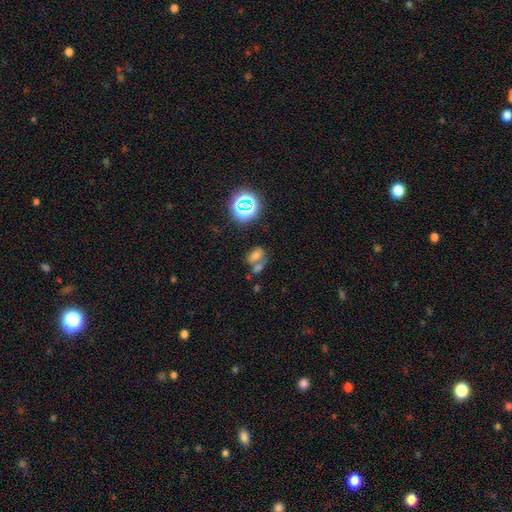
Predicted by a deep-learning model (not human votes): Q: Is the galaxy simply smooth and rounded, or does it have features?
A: smooth — 62%.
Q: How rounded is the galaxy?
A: in between — 80%.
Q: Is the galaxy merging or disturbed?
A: merger — 46%.